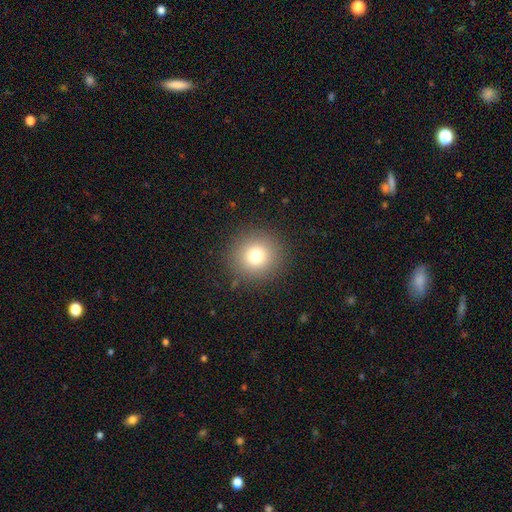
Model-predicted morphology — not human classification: A smooth galaxy with no disk features (76%) that is round (94%). Merging: none (89%).